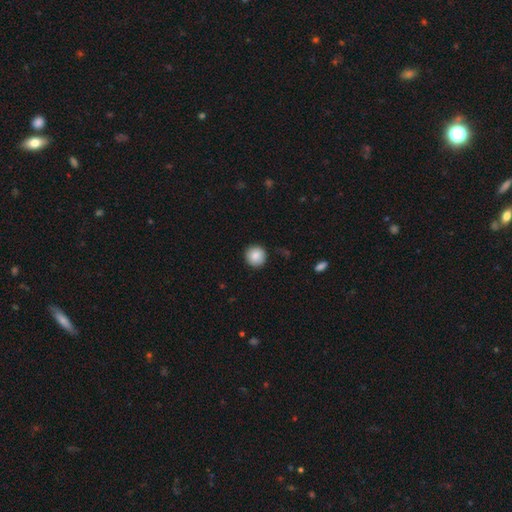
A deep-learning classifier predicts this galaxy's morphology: The model was most divided on "smooth or featured": smooth: 87%, star or artifact: 8%, featured or disk: 5%. More confident: how rounded — round (93%); merging — none (89%).